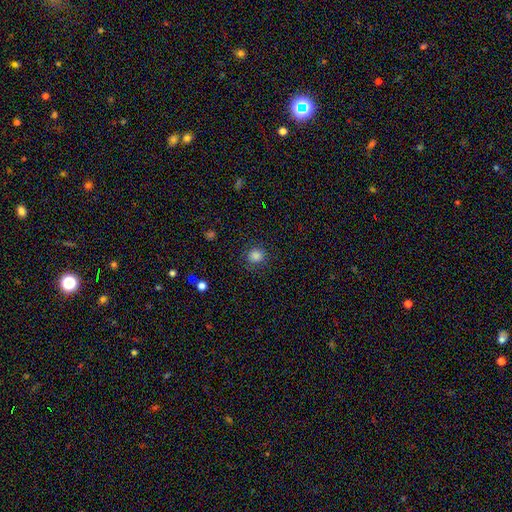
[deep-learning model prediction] Overall: smooth (84%). How rounded: round (89%). Merging: none (85%).